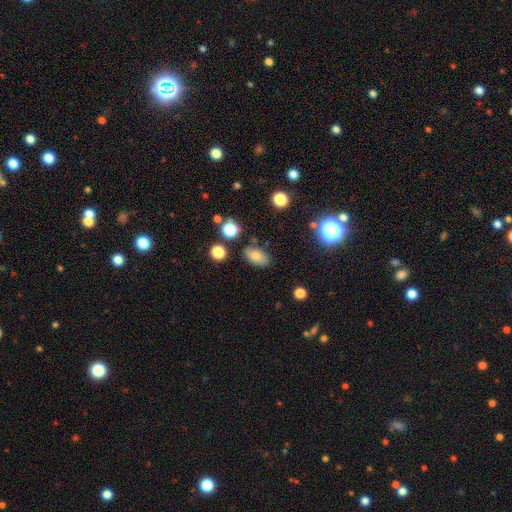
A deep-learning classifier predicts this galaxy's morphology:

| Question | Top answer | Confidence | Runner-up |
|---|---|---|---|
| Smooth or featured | smooth | 74% | featured or disk (14%) |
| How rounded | in between | 88% | round (10%) |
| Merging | none | 78% | minor disturbance (14%) |